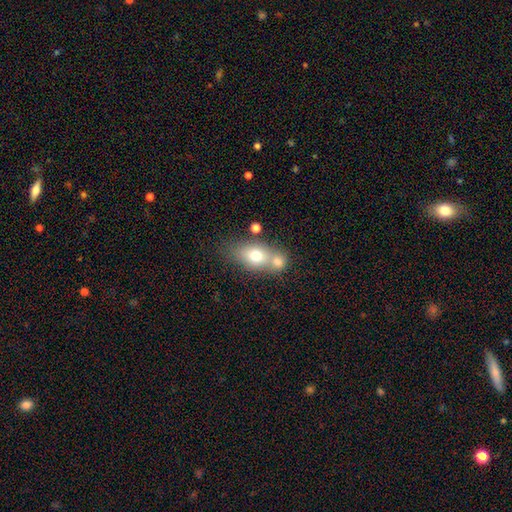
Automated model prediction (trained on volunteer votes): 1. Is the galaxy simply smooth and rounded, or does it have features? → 70% smooth, 20% featured or disk, 9% star or artifact.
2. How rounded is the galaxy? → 71% in between, 25% round, 4% cigar-shaped.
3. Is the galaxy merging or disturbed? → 50% merger, 36% none, 9% minor disturbance, 4% major disturbance.